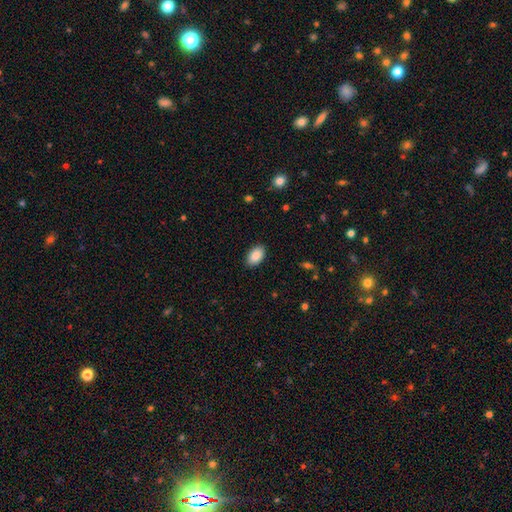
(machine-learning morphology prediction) Q: Smooth or featured?
A: smooth (89%); runner-up: star or artifact (7%)
Q: How rounded?
A: in between (93%); runner-up: round (6%)
Q: Merging?
A: none (88%); runner-up: minor disturbance (9%)